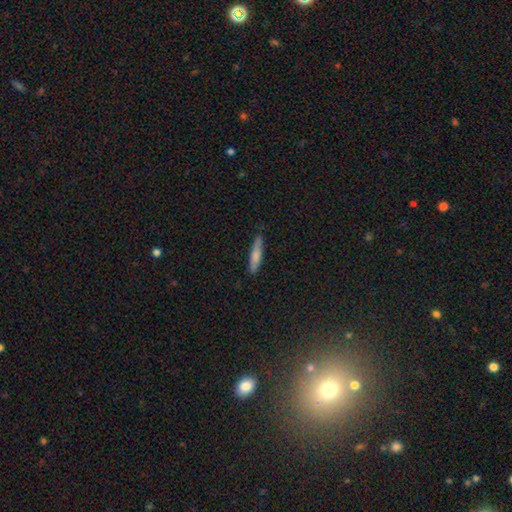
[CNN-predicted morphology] A smooth galaxy with no disk features (75%) that is cigar-shaped (87%).

Vote fractions:
- Smooth or featured? smooth: 75% / featured or disk: 20% / star or artifact: 6%
- How rounded? cigar-shaped: 87% / in between: 11% / round: 1%
- Merging? none: 85% / minor disturbance: 12% / major disturbance: 2% / merger: 1%